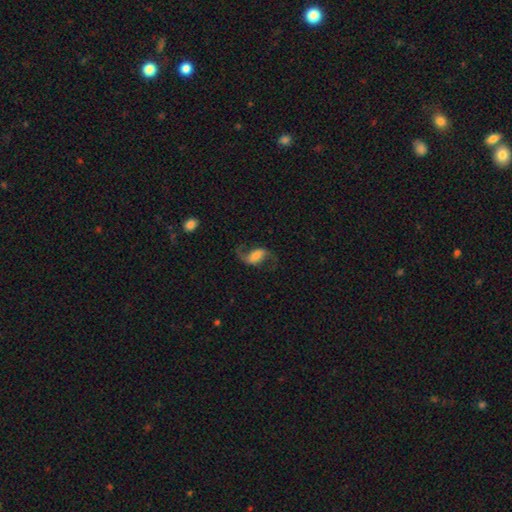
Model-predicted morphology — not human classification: A featured or disk galaxy (77%) with a weak bar (42%), 2 (88%) loose (78%) spiral arms (95%) and a moderate central bulge (25%).

Vote fractions:
- Smooth or featured? featured or disk: 77% / smooth: 15% / star or artifact: 8%
- Edge-on disk? no: 97% / yes: 3%
- Bar? weak: 42% / strong: 30% / no: 28%
- Spiral arms? yes: 95% / no: 5%
- Spiral winding? loose: 78% / medium: 19% / tight: 4%
- Spiral arm count? 2: 88% / 1: 8% / can't tell: 2% / 3: 1% / 4: 1% / more than 4: 1%
- Bulge size? moderate: 25% / small: 24% / none: 23% / large: 22% / dominant: 6%
- Merging? none: 66% / major disturbance: 17% / minor disturbance: 15% / merger: 2%